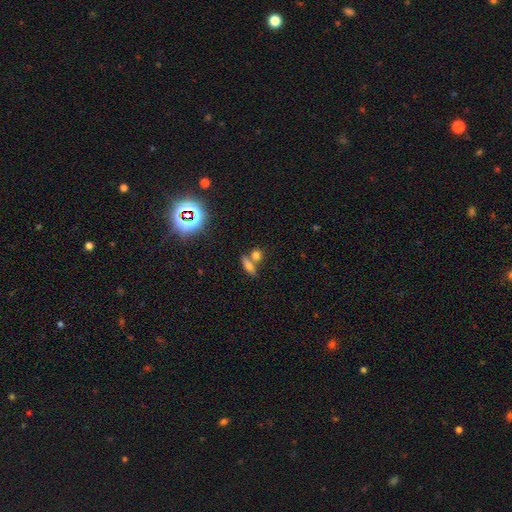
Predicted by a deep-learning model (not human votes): A smooth galaxy with no disk features (71%) that is round (46%). Merging: none (51%).